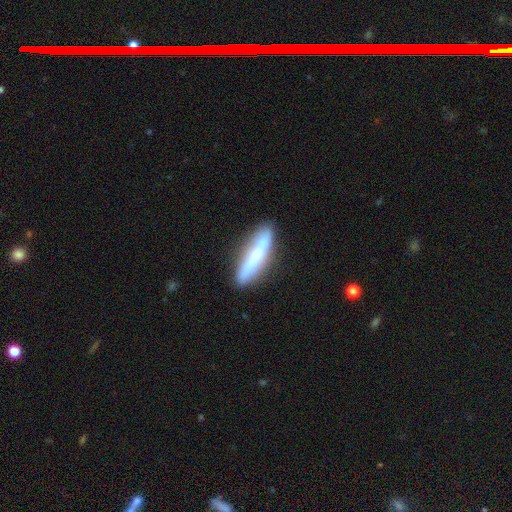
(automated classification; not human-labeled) Smooth or featured? smooth (55%)
How rounded? cigar-shaped (81%)
Merging? none (72%)